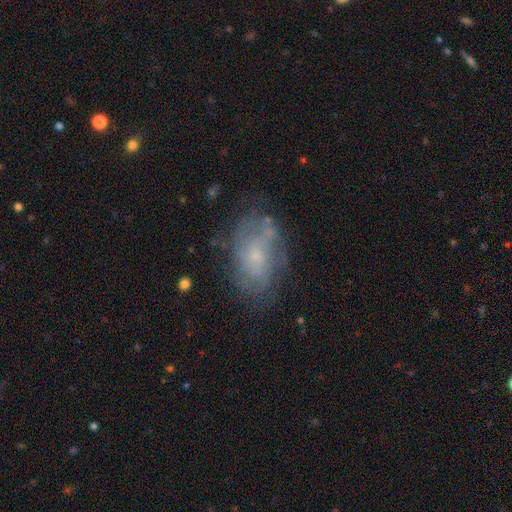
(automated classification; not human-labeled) smooth-or-featured: featured or disk: 59% | smooth: 31% | star or artifact: 10%
  disk-edge-on: no: 95% | yes: 5%
    bar: no: 77% | weak: 20% | strong: 3%
    has-spiral-arms: yes: 56% | no: 44%
    bulge-size: small: 67% | moderate: 22% | none: 8% | large: 2% | dominant: 1%
  merging: none: 62% | minor disturbance: 23% | major disturbance: 13% | merger: 3%